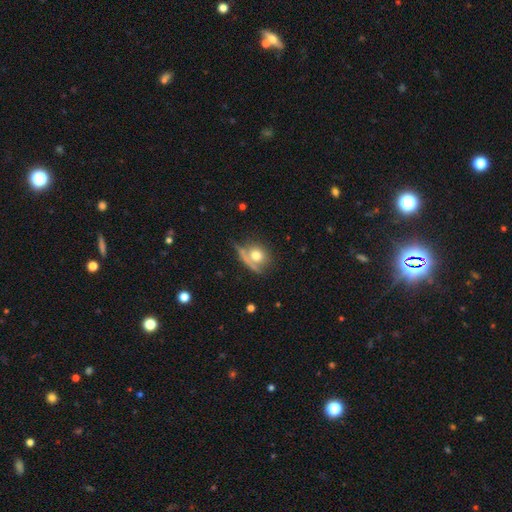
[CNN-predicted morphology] A smooth galaxy with no disk features (67%) that is round (70%).

Vote fractions:
- Smooth or featured? smooth: 67% / featured or disk: 23% / star or artifact: 10%
- How rounded? round: 70% / in between: 26% / cigar-shaped: 4%
- Merging? none: 52% / minor disturbance: 19% / major disturbance: 14% / merger: 14%